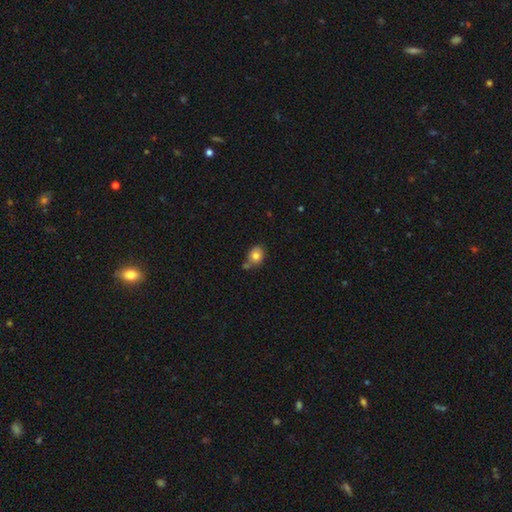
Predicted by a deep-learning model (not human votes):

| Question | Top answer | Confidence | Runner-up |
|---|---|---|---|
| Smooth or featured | smooth | 78% | featured or disk (13%) |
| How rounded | round | 53% | in between (46%) |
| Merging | none | 52% | minor disturbance (22%) |